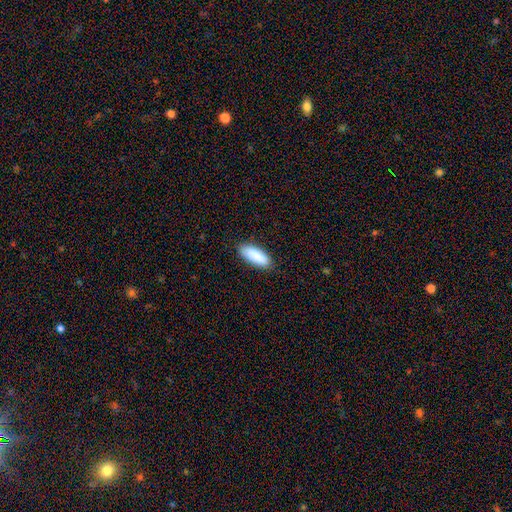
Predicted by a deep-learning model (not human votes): Smooth or featured? smooth (89%)
How rounded? in between (73%)
Merging? none (86%)